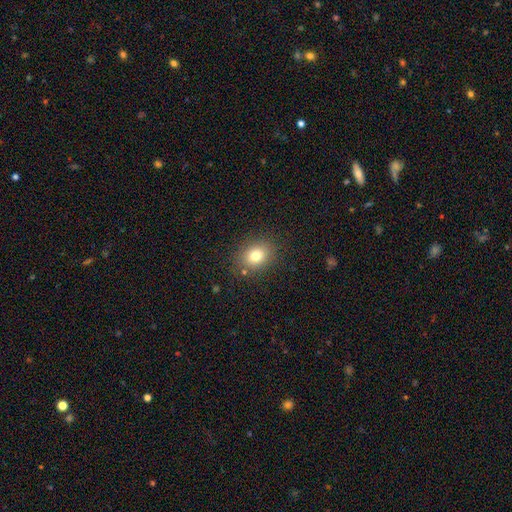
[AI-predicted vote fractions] A smooth galaxy with no disk features (78%) that is in between round and cigar-shaped (54%). Merging: none (83%).